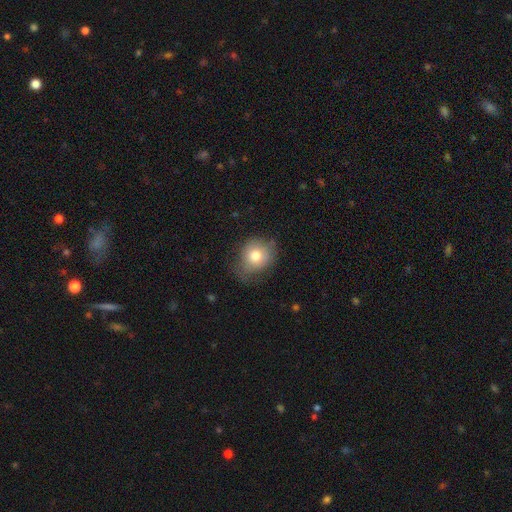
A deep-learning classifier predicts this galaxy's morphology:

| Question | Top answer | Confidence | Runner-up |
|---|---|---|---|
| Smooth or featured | smooth | 76% | featured or disk (15%) |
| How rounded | round | 67% | in between (32%) |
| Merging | none | 57% | minor disturbance (31%) |